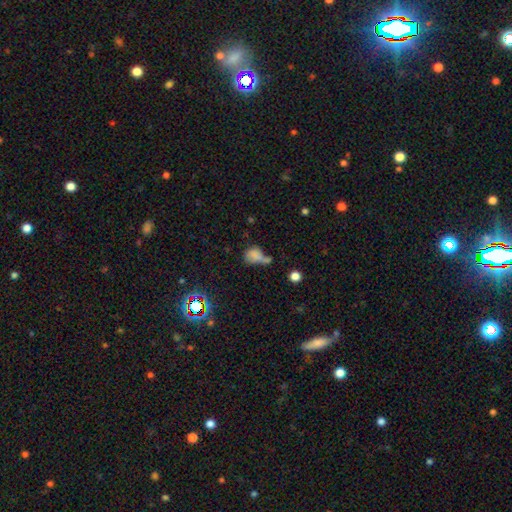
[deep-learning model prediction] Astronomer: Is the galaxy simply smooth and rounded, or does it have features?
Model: smooth — 70%.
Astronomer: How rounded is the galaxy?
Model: in between — 60% (runner-up: round, 37%).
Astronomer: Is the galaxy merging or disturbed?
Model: merger — 35% (runner-up: none, 26%).